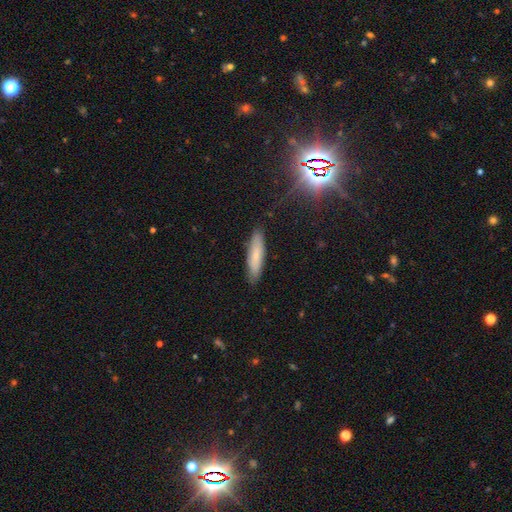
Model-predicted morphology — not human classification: Smooth or featured: smooth — 70% (featured or disk — 21%)
How rounded: cigar-shaped — 76% (in between — 22%)
Merging: none — 87% (minor disturbance — 10%)